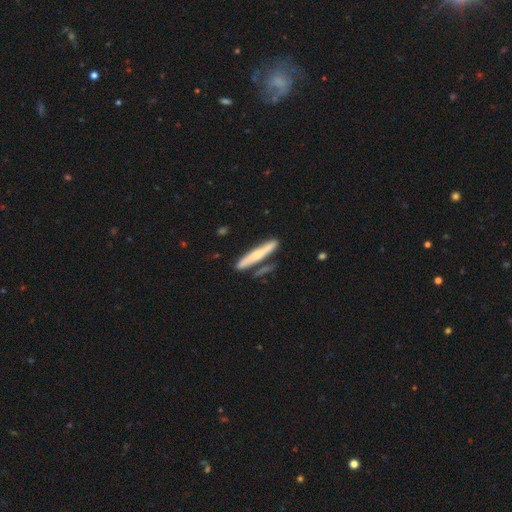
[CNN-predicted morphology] smooth_or_featured: smooth (p=0.53) [alt: featured or disk p=0.41]
how_rounded: cigar-shaped (p=0.93) [alt: in between p=0.06]
merging: none (p=0.75) [alt: minor disturbance p=0.13]